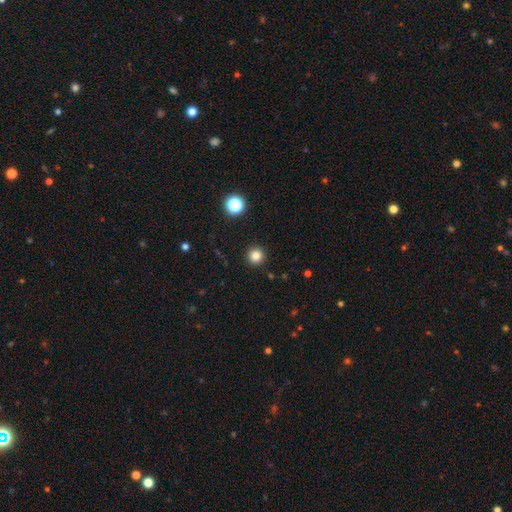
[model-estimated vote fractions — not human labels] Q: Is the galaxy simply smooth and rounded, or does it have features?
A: smooth — 82%.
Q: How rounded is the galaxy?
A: round — 96%.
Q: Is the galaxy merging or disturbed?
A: none — 93%.